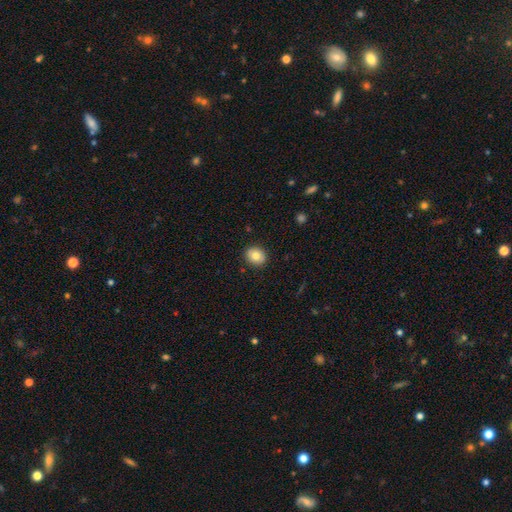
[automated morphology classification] type=smooth (81%); roundness=round (66%); merging=none (90%).